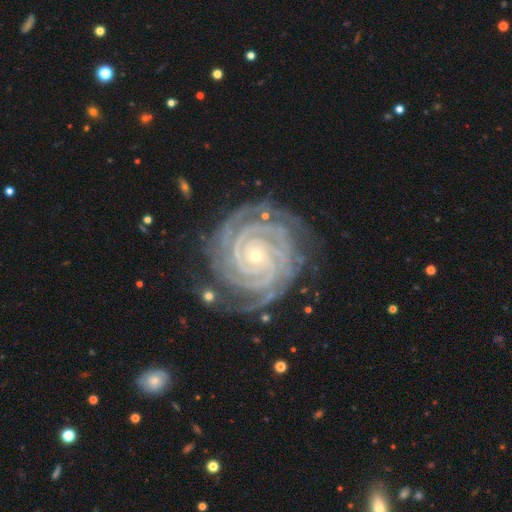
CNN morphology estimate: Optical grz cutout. It shows a featured or disk galaxy (94%) with no bar (74%), 4 (23%) tight (90%) spiral arms (99%) and a small central bulge (83%). Merging: none (79%).